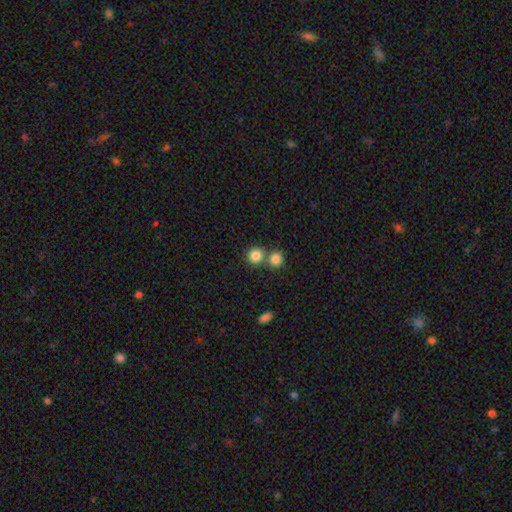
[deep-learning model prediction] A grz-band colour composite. It shows a smooth galaxy with no disk features (84%) that is round (88%). Merging: none (57%).